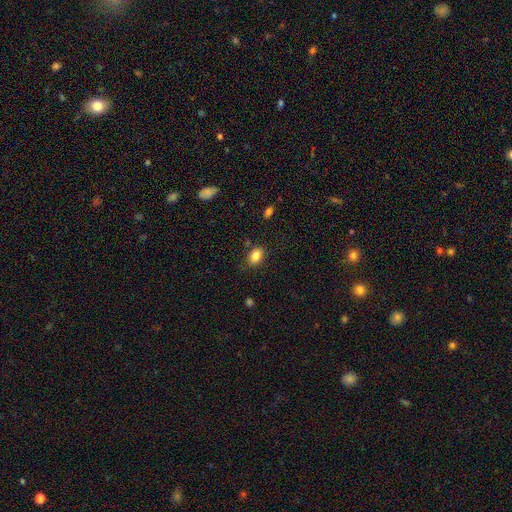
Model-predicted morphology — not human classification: smooth 84%, star or artifact 9%, featured or disk 7%. Down the decision tree: how rounded — in between (78%); merging — none (81%).